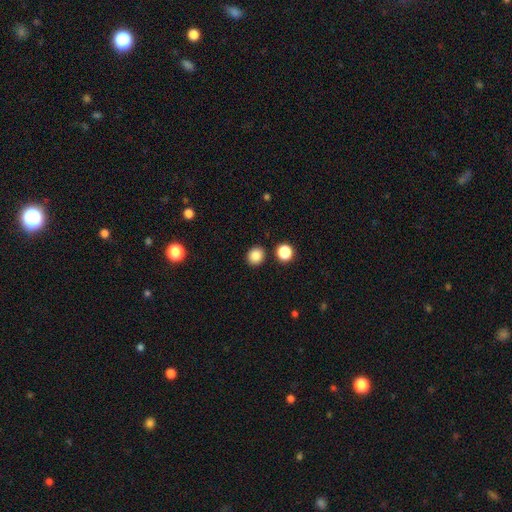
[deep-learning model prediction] This is clearly a smooth galaxy (85%). How rounded: clearly round (80%). Merging: clearly none (89%).